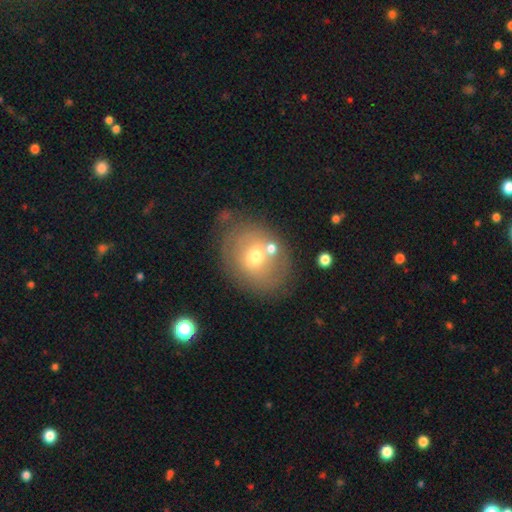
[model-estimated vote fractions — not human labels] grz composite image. It shows a smooth galaxy with no disk features (51%) that is round (50%). Merging: none (69%).